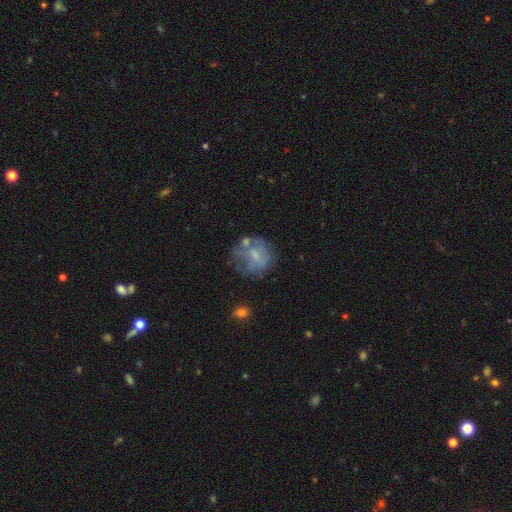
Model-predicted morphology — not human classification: smooth 49%, featured or disk 42%, star or artifact 10%. Down the decision tree: merging — none (48%).